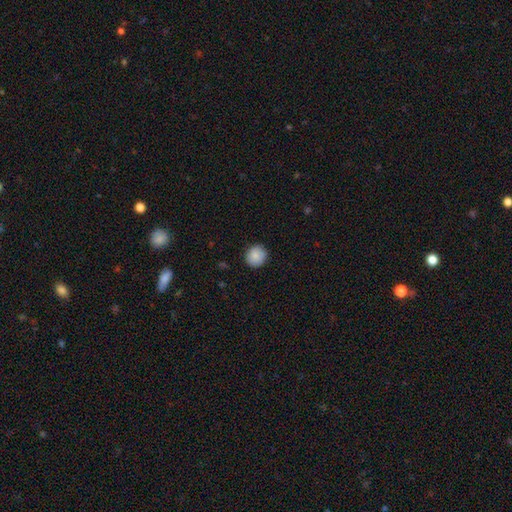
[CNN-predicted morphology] A smooth galaxy with no disk features (87%) that is round (90%). Merging: none (89%).